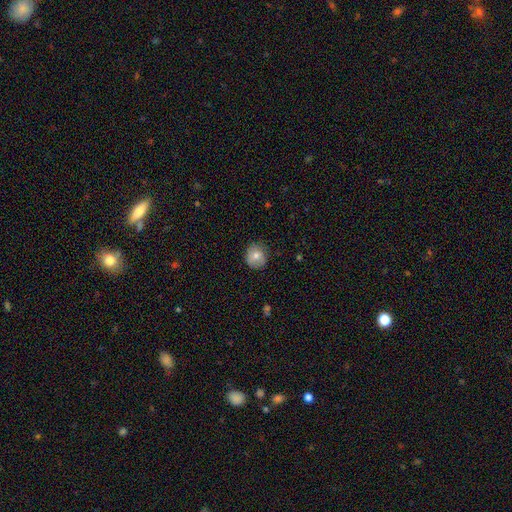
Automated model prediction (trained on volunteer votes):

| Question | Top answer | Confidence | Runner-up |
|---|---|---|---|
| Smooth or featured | smooth | 72% | featured or disk (19%) |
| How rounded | round | 86% | in between (14%) |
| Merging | none | 79% | minor disturbance (16%) |